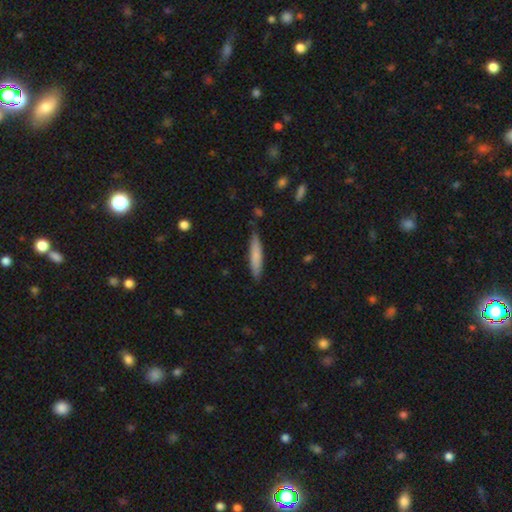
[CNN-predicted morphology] Smooth or featured?
  - smooth: 79% *
  - featured or disk: 16%
  - star or artifact: 6%
How rounded?
  - cigar-shaped: 88% *
  - in between: 11%
  - round: 1%
Merging?
  - none: 83% *
  - minor disturbance: 13%
  - major disturbance: 2%
  - merger: 2%